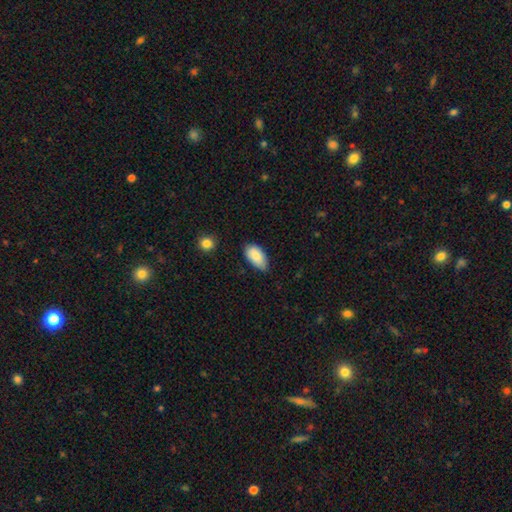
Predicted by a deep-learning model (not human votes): smooth 85%, featured or disk 9%, star or artifact 6%. Down the decision tree: how rounded — in between (94%); merging — none (69%).